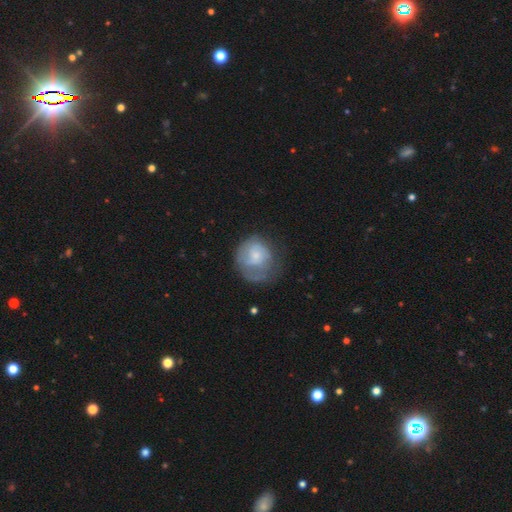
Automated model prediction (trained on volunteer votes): Smooth or featured? featured or disk (47%)
Merging? none (43%)